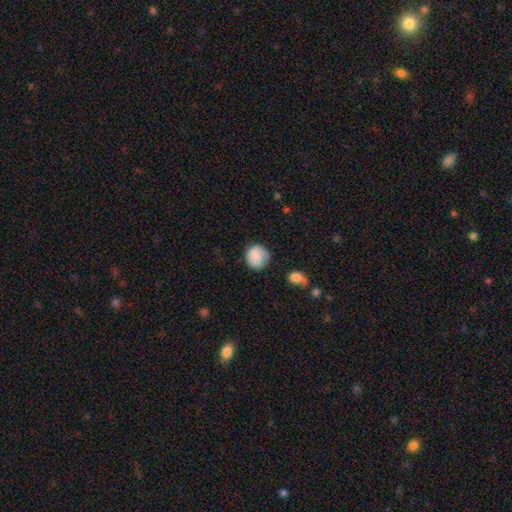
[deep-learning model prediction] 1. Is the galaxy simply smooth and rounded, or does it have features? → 82% smooth, 10% featured or disk, 7% star or artifact.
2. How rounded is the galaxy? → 86% round, 14% in between, 1% cigar-shaped.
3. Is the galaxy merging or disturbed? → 70% none, 21% minor disturbance, 7% major disturbance, 2% merger.